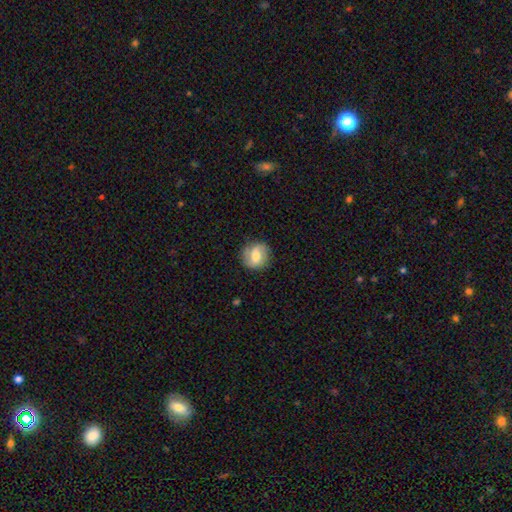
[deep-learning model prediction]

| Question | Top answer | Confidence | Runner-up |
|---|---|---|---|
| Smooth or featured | smooth | 50% | featured or disk (43%) |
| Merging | none | 82% | minor disturbance (13%) |